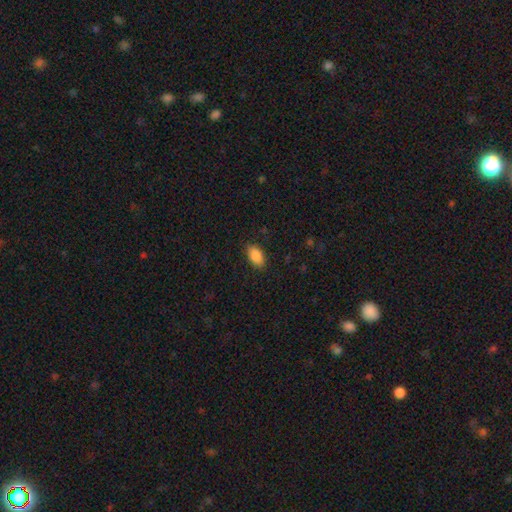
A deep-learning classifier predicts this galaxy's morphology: This is clearly a smooth galaxy (88%). How rounded: clearly in between (92%). Merging: clearly none (87%).